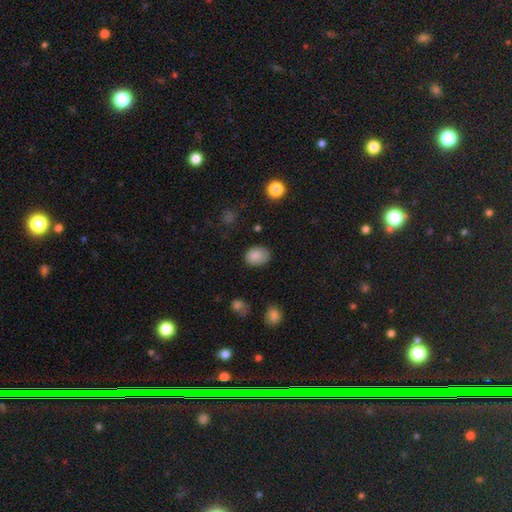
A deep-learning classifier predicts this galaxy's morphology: A smooth galaxy with no disk features (85%) that is in between round and cigar-shaped (70%). Merging: none (73%).